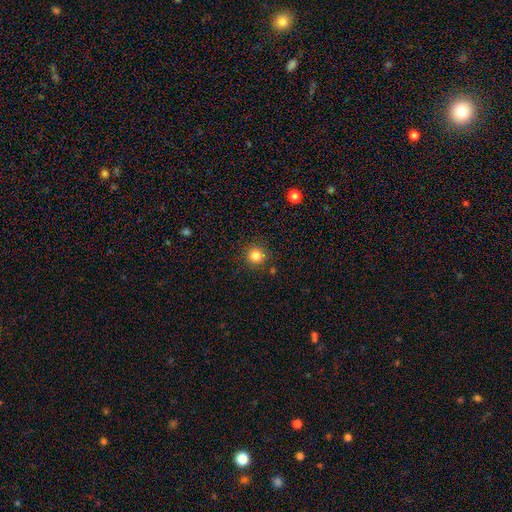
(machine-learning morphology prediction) Smooth or featured?
  - smooth: 84% *
  - star or artifact: 12%
  - featured or disk: 5%
How rounded?
  - round: 94% *
  - in between: 6%
  - cigar-shaped: 1%
Merging?
  - none: 87% *
  - minor disturbance: 8%
  - merger: 3%
  - major disturbance: 3%